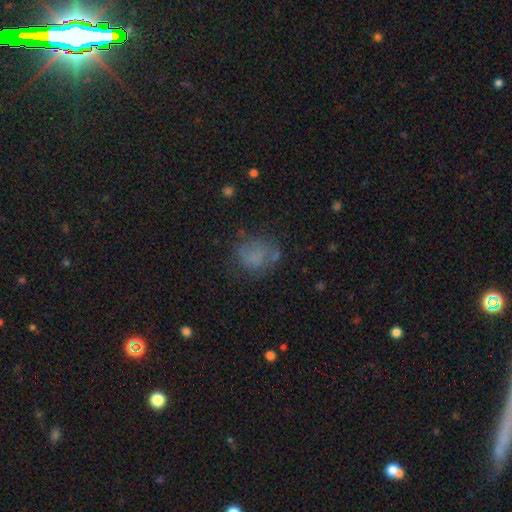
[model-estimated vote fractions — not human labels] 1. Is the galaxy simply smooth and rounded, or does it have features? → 64% smooth, 19% featured or disk, 17% star or artifact.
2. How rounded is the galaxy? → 61% round, 37% in between, 1% cigar-shaped.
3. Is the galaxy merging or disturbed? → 58% none, 22% minor disturbance, 15% major disturbance, 5% merger.